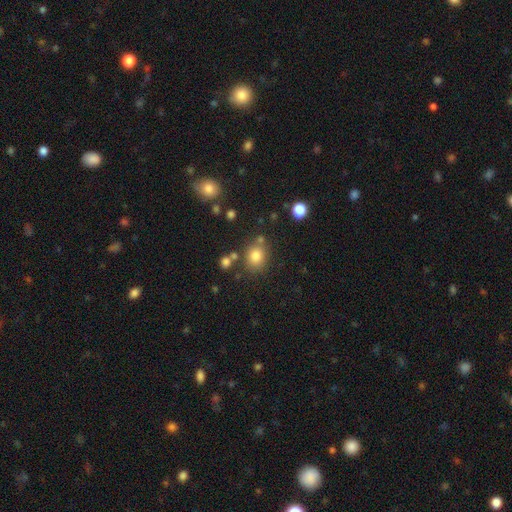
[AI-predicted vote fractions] Morphology: type=smooth (80%); roundness=round (72%); merging=none (74%).